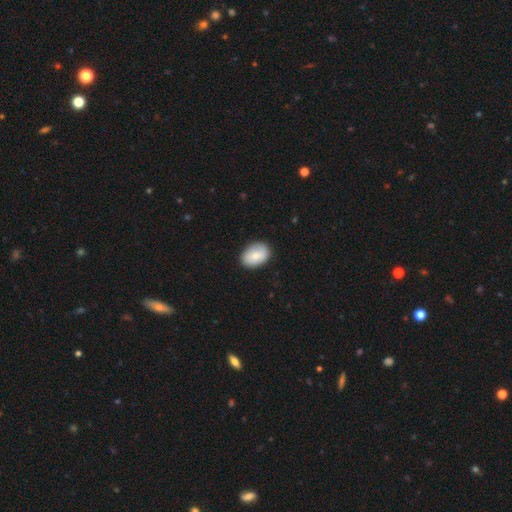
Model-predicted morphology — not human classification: The model was most divided on "how rounded": in between: 81%, round: 18%, cigar-shaped: 1%. More confident: merging — none (86%); smooth or featured — smooth (80%).